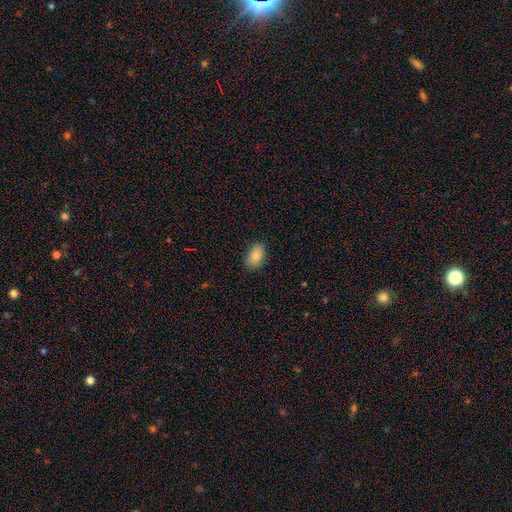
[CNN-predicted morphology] smooth_or_featured: smooth (p=0.85) [alt: star or artifact p=0.07]
how_rounded: in between (p=0.91) [alt: round p=0.08]
merging: none (p=0.84) [alt: minor disturbance p=0.13]